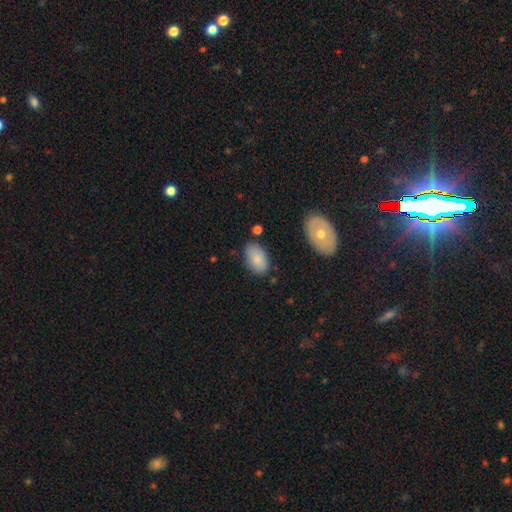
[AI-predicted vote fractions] smooth 81%, featured or disk 11%, star or artifact 7%. Down the decision tree: how rounded — in between (93%); merging — none (77%).